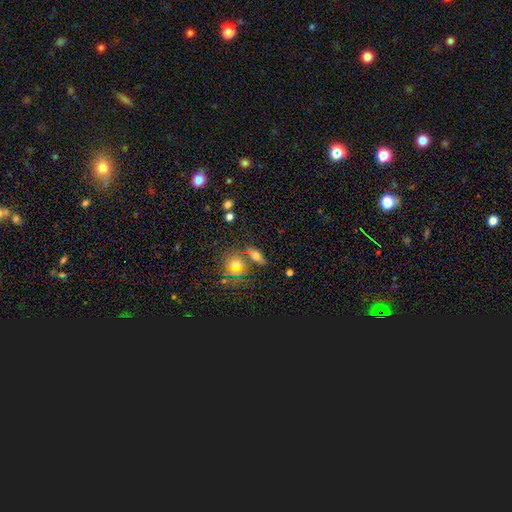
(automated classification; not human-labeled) Smooth or featured?
  - smooth: 53% *
  - featured or disk: 24%
  - star or artifact: 23%
How rounded?
  - in between: 62% *
  - cigar-shaped: 22%
  - round: 15%
Merging?
  - none: 62% *
  - merger: 18%
  - minor disturbance: 13%
  - major disturbance: 6%